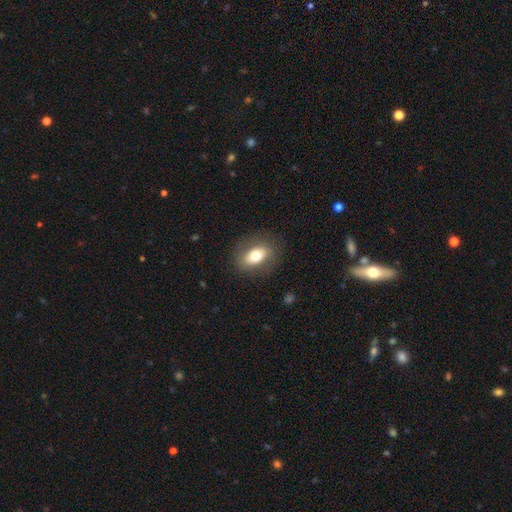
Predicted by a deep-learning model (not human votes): A smooth galaxy with no disk features (72%) that is in between round and cigar-shaped (79%). Merging: none (83%).